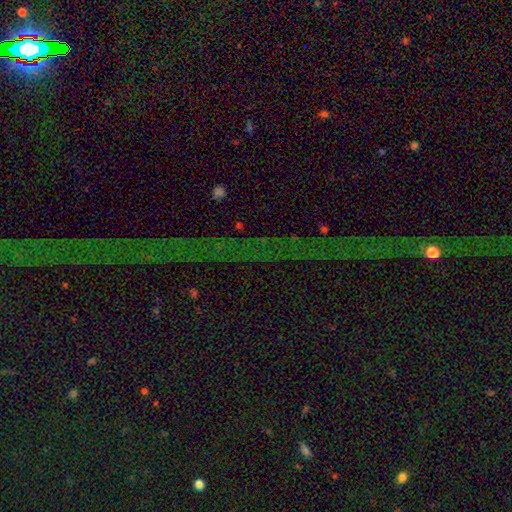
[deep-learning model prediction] The model was most divided on "smooth or featured": star or artifact: 78%, featured or disk: 13%, smooth: 9%.